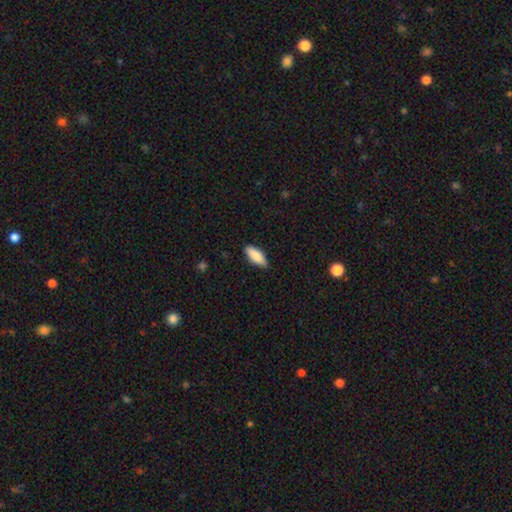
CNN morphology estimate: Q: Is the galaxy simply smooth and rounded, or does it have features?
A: smooth — 85%.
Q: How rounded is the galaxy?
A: in between — 73%.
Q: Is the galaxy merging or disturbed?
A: none — 84%.